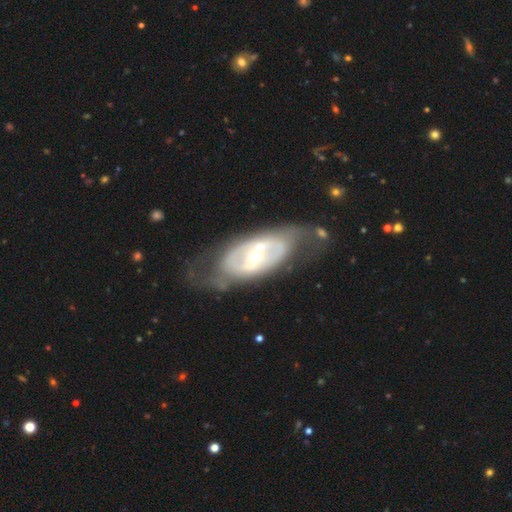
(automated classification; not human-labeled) Smooth or featured?
  - featured or disk: 77% *
  - smooth: 18%
  - star or artifact: 5%
Edge-on disk?
  - no: 91% *
  - yes: 9%
Bar?
  - no: 39% *
  - strong: 34%
  - weak: 27%
Spiral arms?
  - no: 58% *
  - yes: 42%
Bulge size?
  - small: 55% *
  - moderate: 40%
  - large: 3%
  - none: 1%
  - dominant: 1%
Merging?
  - none: 55% *
  - minor disturbance: 20%
  - major disturbance: 19%
  - merger: 6%